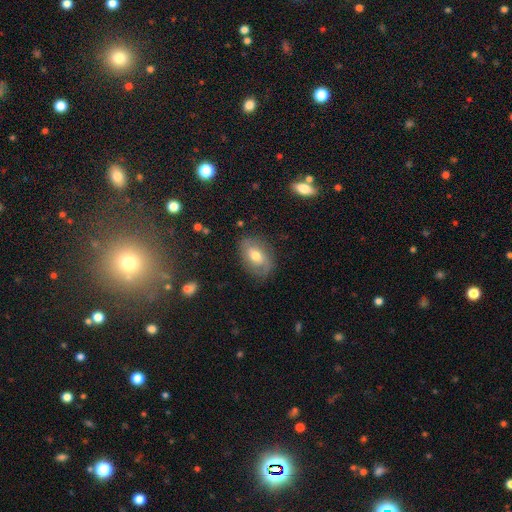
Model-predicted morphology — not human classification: Smooth or featured?
  - smooth: 54% *
  - featured or disk: 38%
  - star or artifact: 9%
How rounded?
  - in between: 83% *
  - round: 15%
  - cigar-shaped: 2%
Merging?
  - none: 77% *
  - minor disturbance: 17%
  - major disturbance: 5%
  - merger: 1%